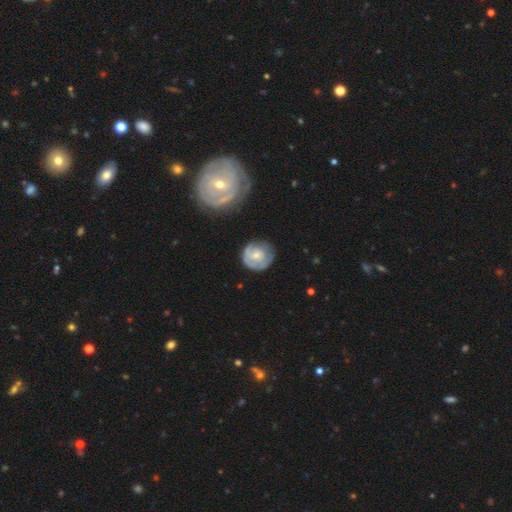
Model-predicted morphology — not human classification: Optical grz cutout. It shows a featured or disk galaxy (52%) with no bar (78%), spiral arms (64%) and a small central bulge (54%). Merging: none (61%).